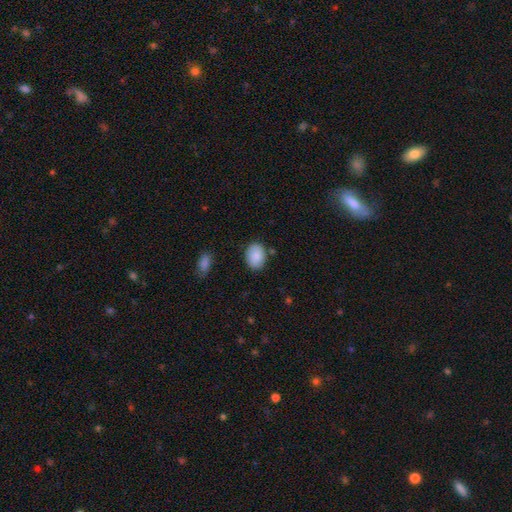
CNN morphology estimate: smooth_or_featured: smooth (p=0.87) [alt: star or artifact p=0.07]
how_rounded: in between (p=0.71) [alt: round p=0.28]
merging: none (p=0.81) [alt: minor disturbance p=0.13]